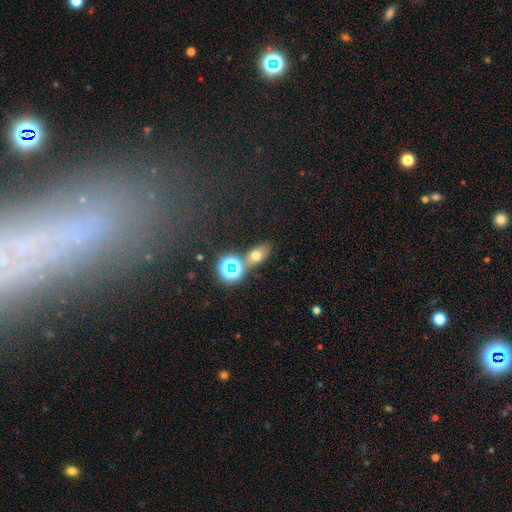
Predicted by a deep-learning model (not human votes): Overall: smooth (60%; star or artifact 25%). How rounded: in between (74%). Merging: none (71%).